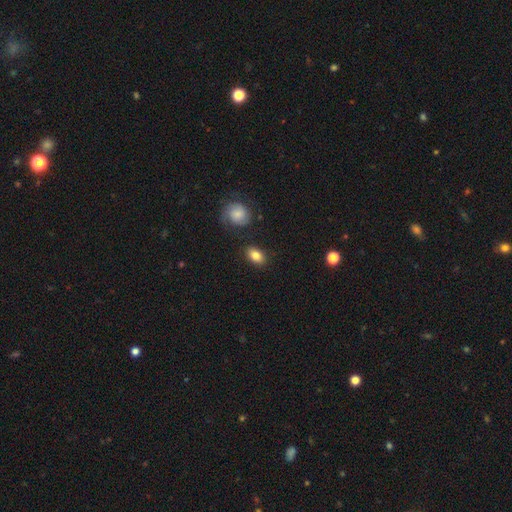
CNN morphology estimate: Smooth or featured: smooth — 84% (featured or disk — 8%)
How rounded: in between — 85% (round — 13%)
Merging: none — 84% (minor disturbance — 10%)